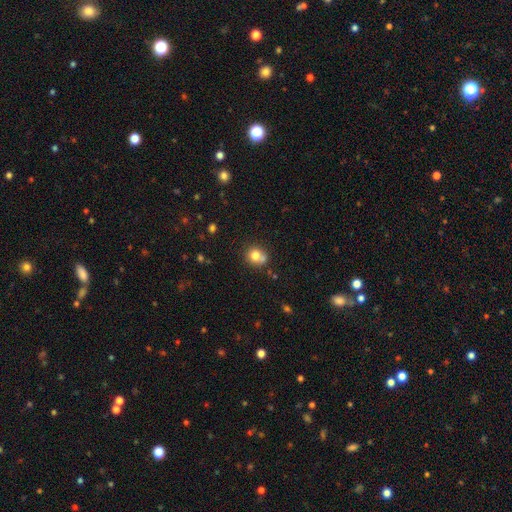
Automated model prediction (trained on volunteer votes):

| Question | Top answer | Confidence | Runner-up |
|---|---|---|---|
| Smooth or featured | smooth | 77% | featured or disk (12%) |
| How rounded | round | 77% | in between (22%) |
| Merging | none | 52% | merger (28%) |